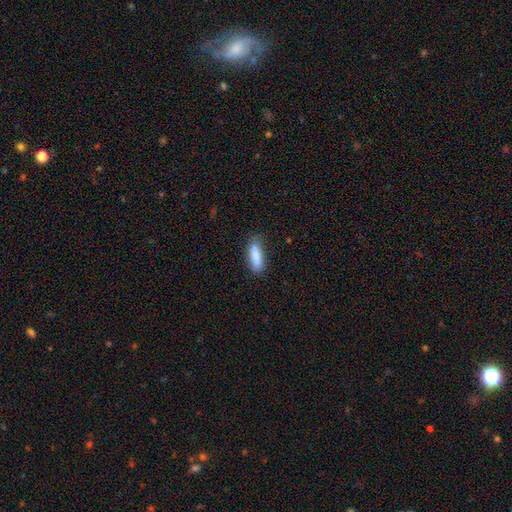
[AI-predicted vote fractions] Smooth or featured: smooth — 85% (featured or disk — 8%)
How rounded: cigar-shaped — 54% (in between — 45%)
Merging: none — 77% (minor disturbance — 18%)